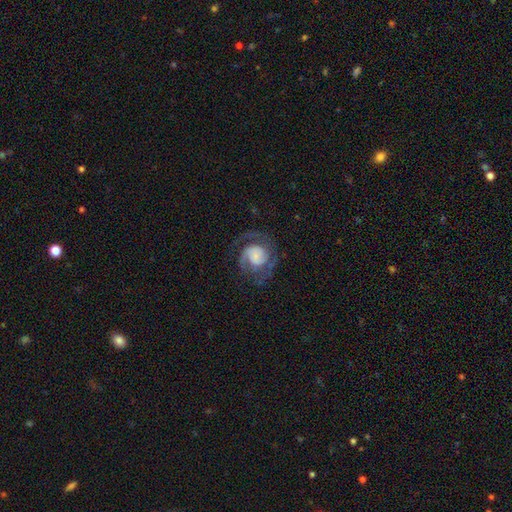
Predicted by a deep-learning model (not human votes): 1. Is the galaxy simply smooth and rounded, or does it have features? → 79% featured or disk, 15% smooth, 7% star or artifact.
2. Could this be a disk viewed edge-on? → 98% no, 2% yes.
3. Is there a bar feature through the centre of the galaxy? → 67% no, 27% weak, 6% strong.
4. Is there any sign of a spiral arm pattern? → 95% yes, 5% no.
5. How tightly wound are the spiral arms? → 47% medium, 37% tight, 16% loose.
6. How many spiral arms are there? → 74% 2, 8% can't tell, 7% 1, 7% 3, 2% 4, 2% more than 4.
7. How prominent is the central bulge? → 31% none, 27% large, 19% small, 14% moderate, 10% dominant.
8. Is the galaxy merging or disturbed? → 67% none, 16% minor disturbance, 15% major disturbance, 1% merger.